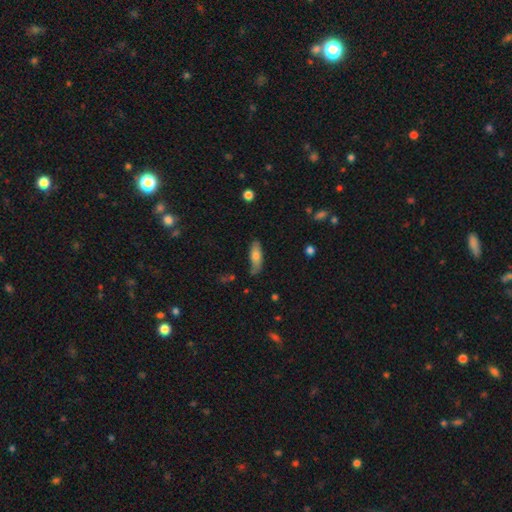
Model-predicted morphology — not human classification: This appears to be a smooth galaxy with no disk features (71%) that is in between round and cigar-shaped (57%). Merging: none (68%).